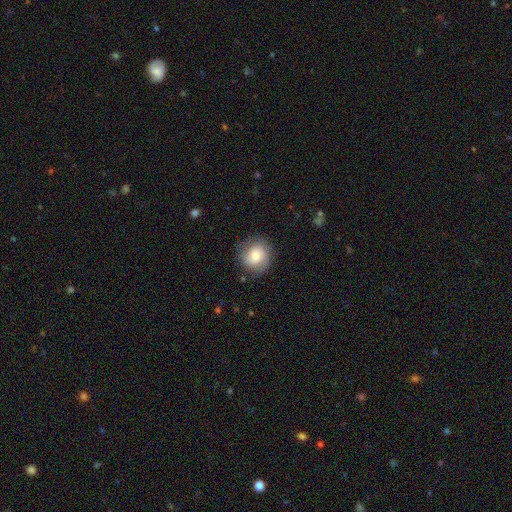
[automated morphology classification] A smooth galaxy with no disk features (66%) that is round (85%). Merging: none (78%).